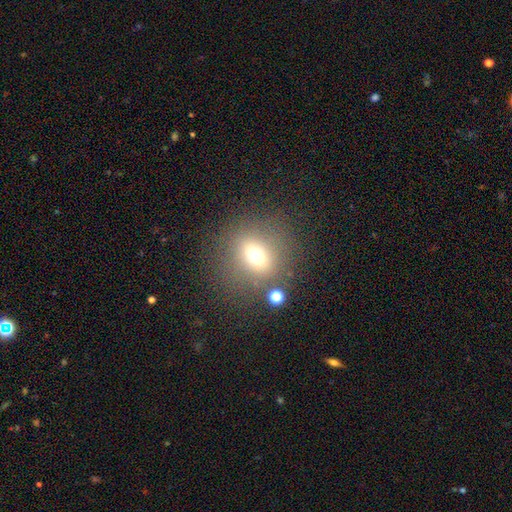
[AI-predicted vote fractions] This is likely a smooth galaxy (67%). How rounded: likely round (74%). Merging: likely none (78%).